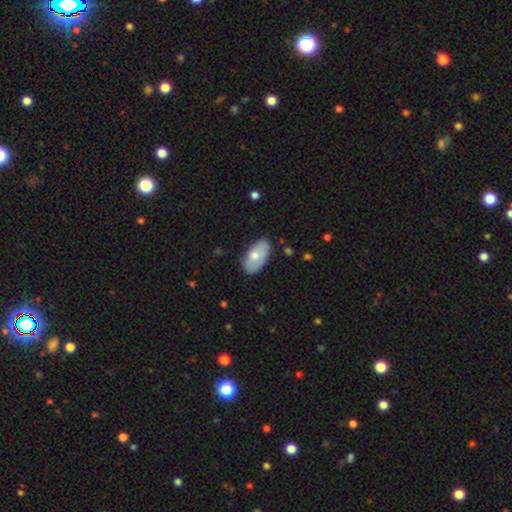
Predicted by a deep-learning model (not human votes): This is likely a smooth galaxy (71%). How rounded: clearly in between (95%). Merging: likely none (78%).